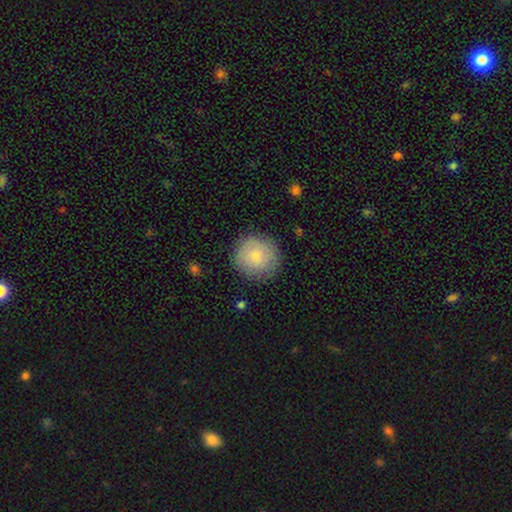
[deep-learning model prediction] A smooth galaxy with no disk features (79%) that is round (95%).

Vote fractions:
- Smooth or featured? smooth: 79% / featured or disk: 14% / star or artifact: 7%
- How rounded? round: 95% / in between: 4% / cigar-shaped: 1%
- Merging? none: 83% / minor disturbance: 12% / major disturbance: 4% / merger: 1%